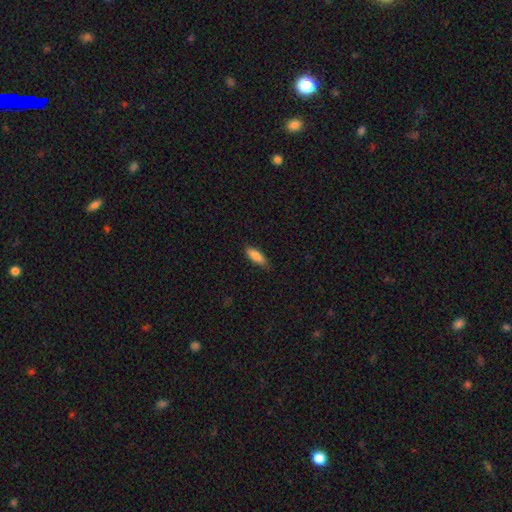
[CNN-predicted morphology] This is clearly a smooth galaxy (85%). How rounded: likely in between (70%). Merging: clearly none (83%).